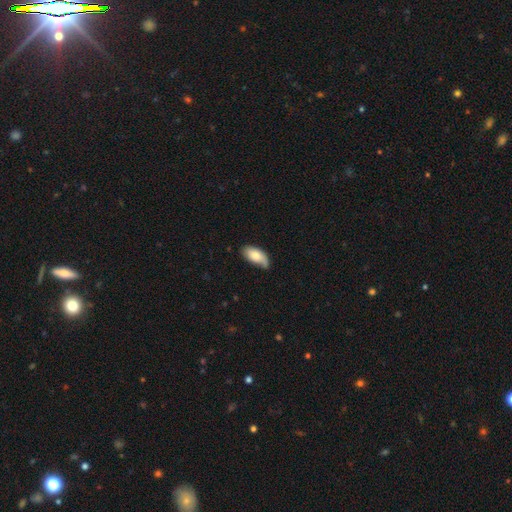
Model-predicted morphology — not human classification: smooth_or_featured: smooth (p=0.75) [alt: featured or disk p=0.19]
how_rounded: in between (p=0.92) [alt: cigar-shaped p=0.05]
merging: none (p=0.56) [alt: minor disturbance p=0.34]